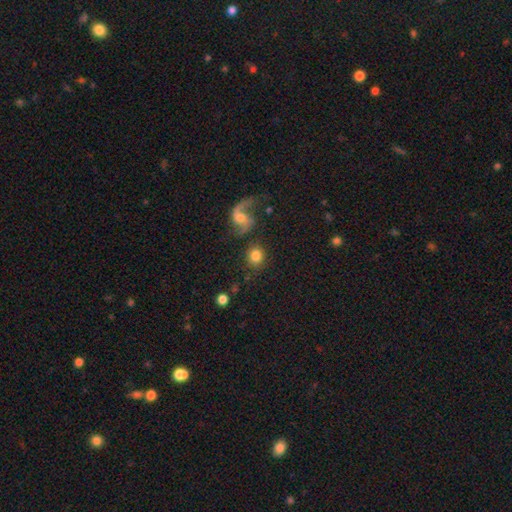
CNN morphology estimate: A smooth galaxy with no disk features (76%) that is round (84%). Merging: none (77%).